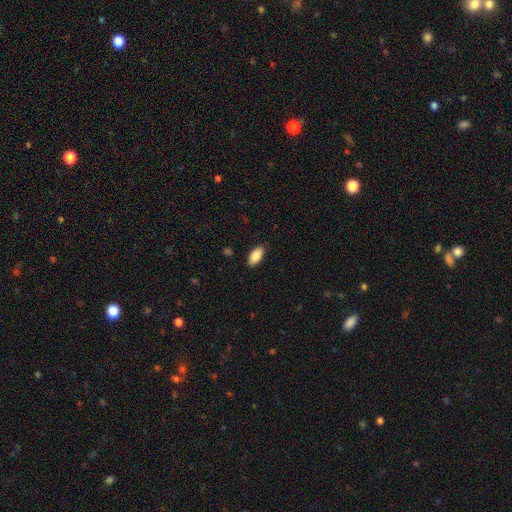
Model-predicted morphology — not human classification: The model was most divided on "merging": none: 88%, minor disturbance: 9%, major disturbance: 2%, merger: 1%. More confident: how rounded — in between (92%); smooth or featured — smooth (87%).